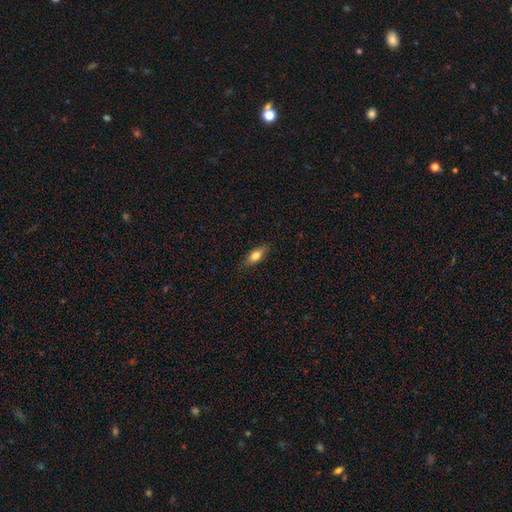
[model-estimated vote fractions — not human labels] smooth-or-featured: smooth: 73% | featured or disk: 19% | star or artifact: 7%
  how-rounded: in between: 73% | cigar-shaped: 23% | round: 4%
  merging: none: 84% | minor disturbance: 13% | major disturbance: 2% | merger: 1%